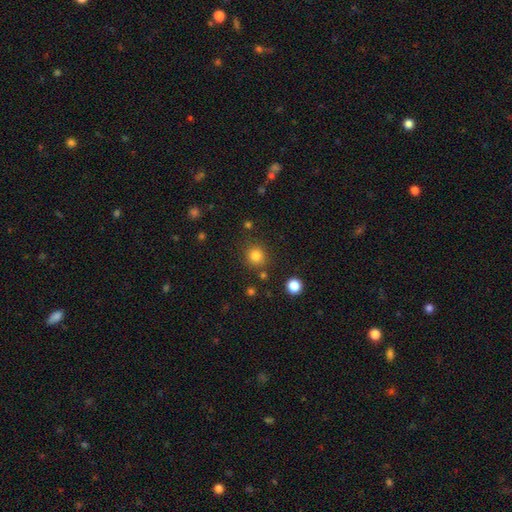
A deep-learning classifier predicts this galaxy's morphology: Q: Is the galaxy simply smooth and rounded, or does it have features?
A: smooth — 83%.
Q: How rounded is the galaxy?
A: round — 89%.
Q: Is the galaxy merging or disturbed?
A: none — 83%.